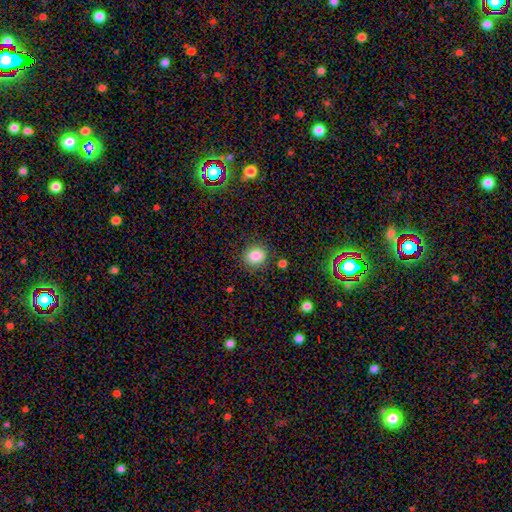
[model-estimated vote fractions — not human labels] Smooth or featured? Predicted: smooth (p=0.84). How rounded? Predicted: round (p=0.73). Merging? Predicted: none (p=0.85).